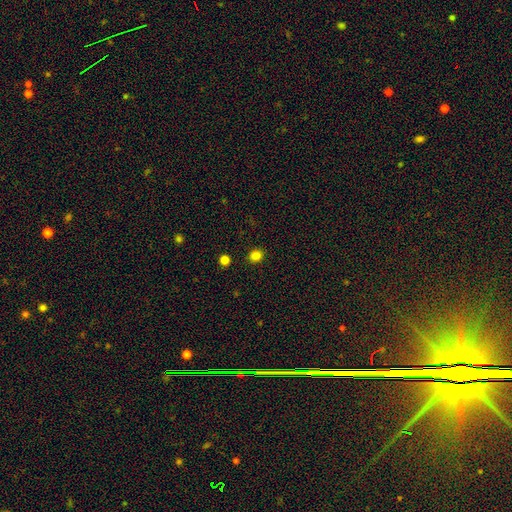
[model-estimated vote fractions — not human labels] Morphology: type=smooth (83%); roundness=round (73%); merging=none (90%).